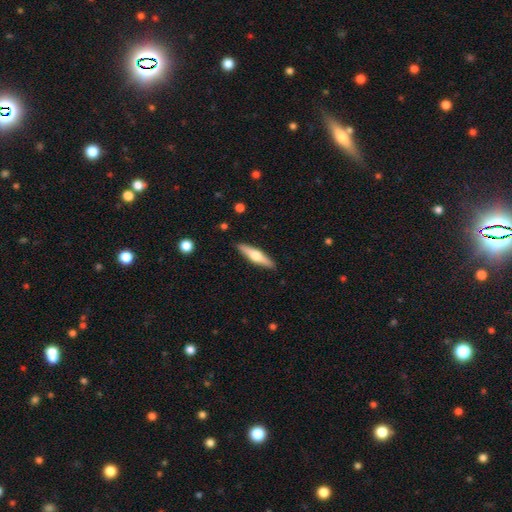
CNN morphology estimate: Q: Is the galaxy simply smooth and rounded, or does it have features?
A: featured or disk — 48%.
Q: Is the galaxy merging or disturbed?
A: none — 90%.